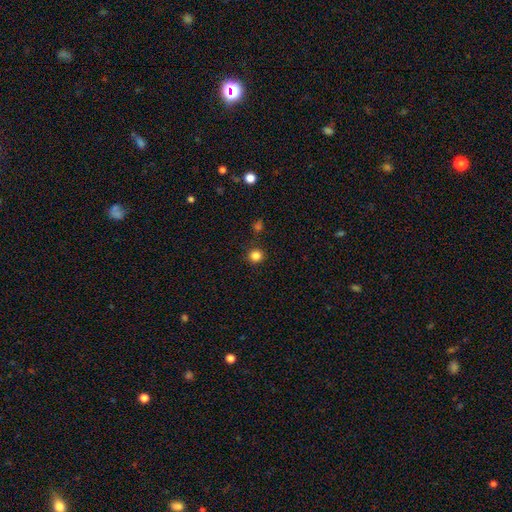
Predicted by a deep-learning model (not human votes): smooth_or_featured: smooth (p=0.84) [alt: star or artifact p=0.13]
how_rounded: round (p=0.91) [alt: in between p=0.08]
merging: none (p=0.90) [alt: minor disturbance p=0.06]